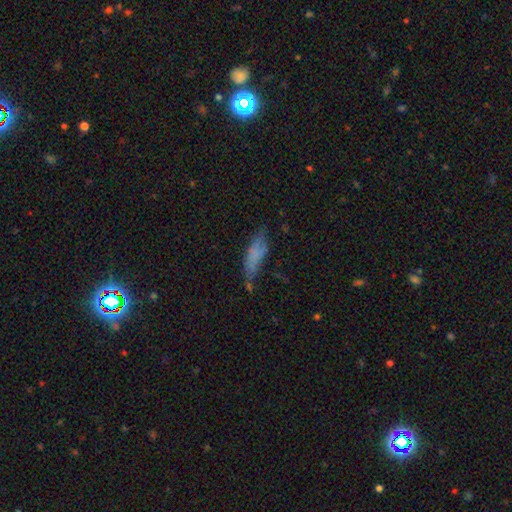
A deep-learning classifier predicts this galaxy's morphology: Overall: smooth (64%; featured or disk 26%). How rounded: cigar-shaped (63%; in between 35%). Merging: none (53%; minor disturbance 30%).